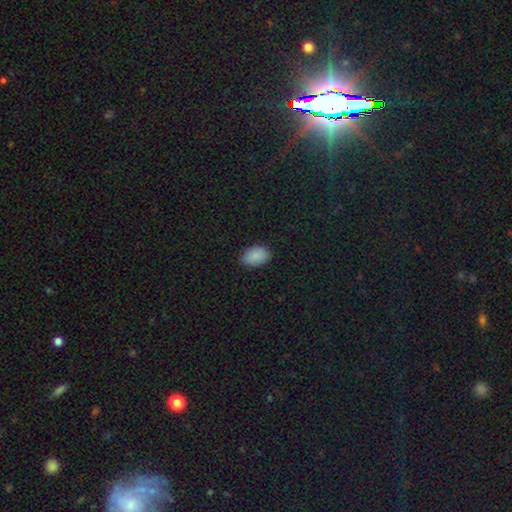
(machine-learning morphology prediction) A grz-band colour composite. It shows a smooth galaxy with no disk features (89%) that is in between round and cigar-shaped (89%). Merging: none (86%).